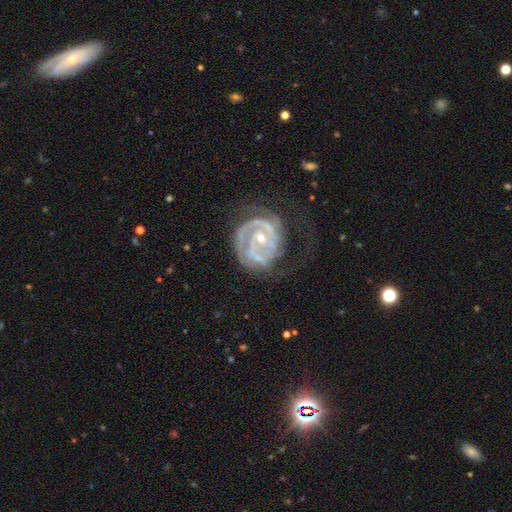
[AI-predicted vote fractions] This is clearly a featured or disk galaxy (85%). It is clearly not viewed edge-on (98%). Bar: likely no (60%). Spiral arm pattern: clearly yes (89%). Spiral arm count: marginally 2 (40%). Spiral winding: possibly tight (59%). Central bulge: possibly small (53%). Merging: possibly none (49%).